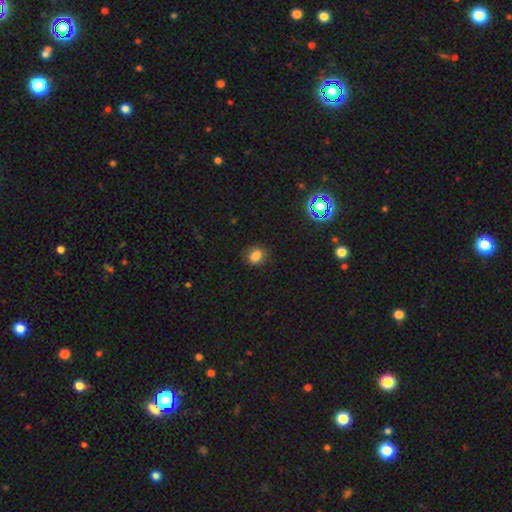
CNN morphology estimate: This is clearly a smooth galaxy (81%). How rounded: possibly round (53%). Merging: clearly none (84%).